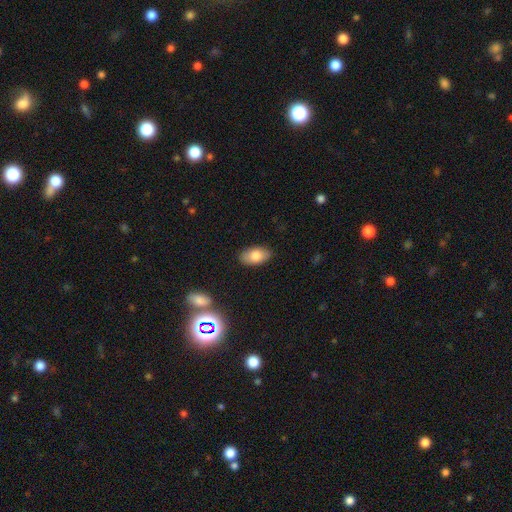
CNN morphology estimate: A smooth galaxy with no disk features (80%) that is in between round and cigar-shaped (93%).

Vote fractions:
- Smooth or featured? smooth: 80% / featured or disk: 13% / star or artifact: 7%
- How rounded? in between: 93% / round: 5% / cigar-shaped: 2%
- Merging? none: 85% / minor disturbance: 11% / major disturbance: 2% / merger: 1%